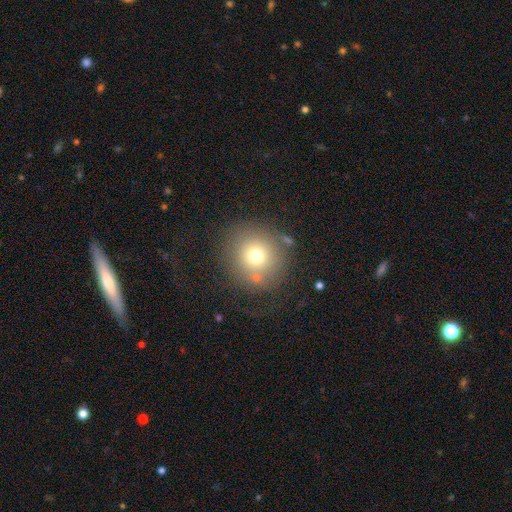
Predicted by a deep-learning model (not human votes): Smooth or featured? smooth (72%)
How rounded? round (91%)
Merging? none (77%)